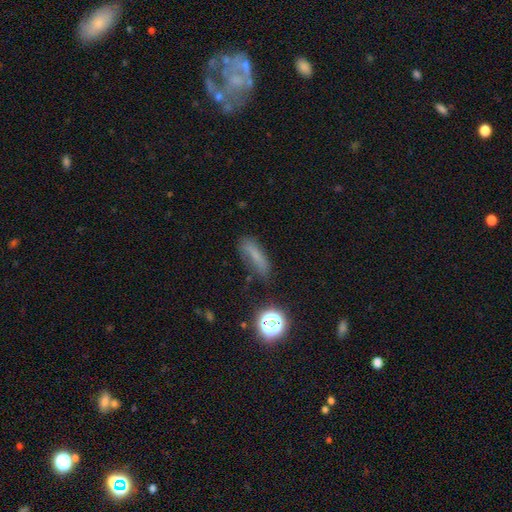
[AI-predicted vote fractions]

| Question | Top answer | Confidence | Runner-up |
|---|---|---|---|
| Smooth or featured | smooth | 64% | featured or disk (18%) |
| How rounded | cigar-shaped | 47% | in between (46%) |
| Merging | none | 57% | minor disturbance (26%) |